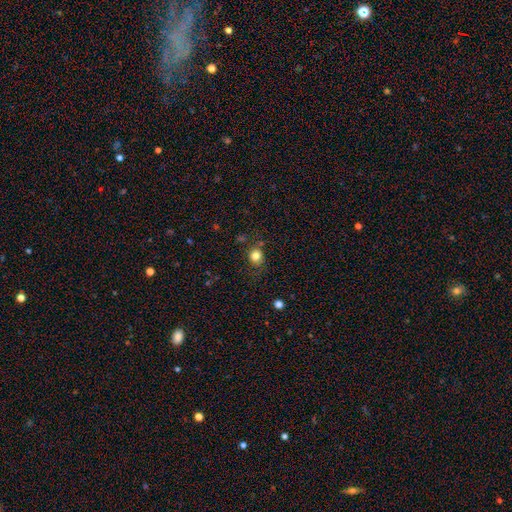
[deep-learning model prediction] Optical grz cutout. It shows a smooth galaxy with no disk features (82%) that is round (76%). Merging: none (74%).